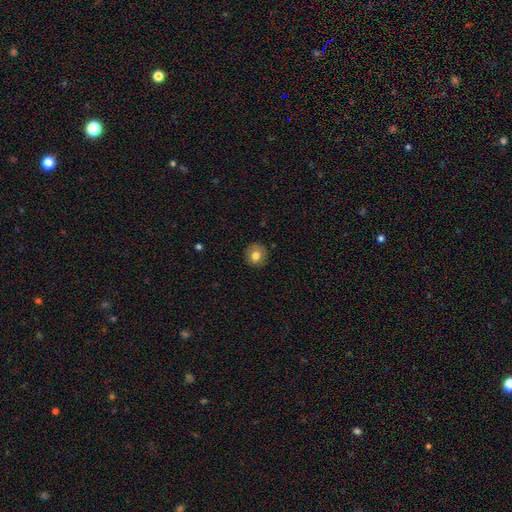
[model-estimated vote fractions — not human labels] smooth-or-featured: smooth: 77% | featured or disk: 14% | star or artifact: 9%
  how-rounded: round: 91% | in between: 8% | cigar-shaped: 1%
  merging: none: 87% | minor disturbance: 9% | major disturbance: 2% | merger: 1%